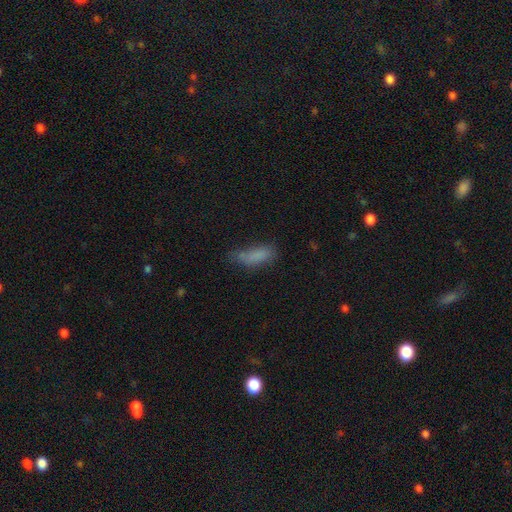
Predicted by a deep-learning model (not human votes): Smooth or featured?
  - smooth: 79% *
  - star or artifact: 11%
  - featured or disk: 10%
How rounded?
  - in between: 62% *
  - cigar-shaped: 36%
  - round: 2%
Merging?
  - none: 50% *
  - minor disturbance: 31%
  - major disturbance: 15%
  - merger: 4%